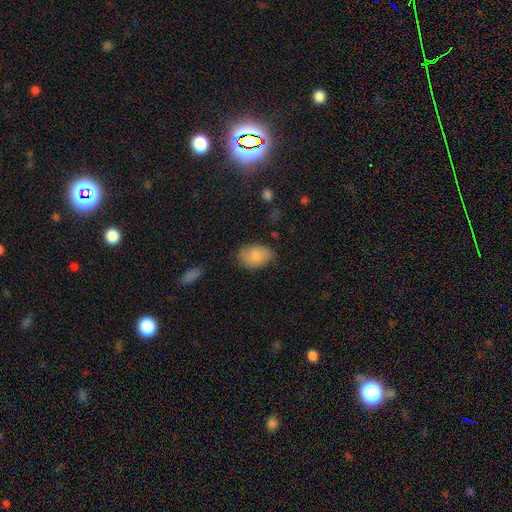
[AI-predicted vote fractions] This is clearly a smooth galaxy (84%). How rounded: clearly in between (84%). Merging: likely none (71%).